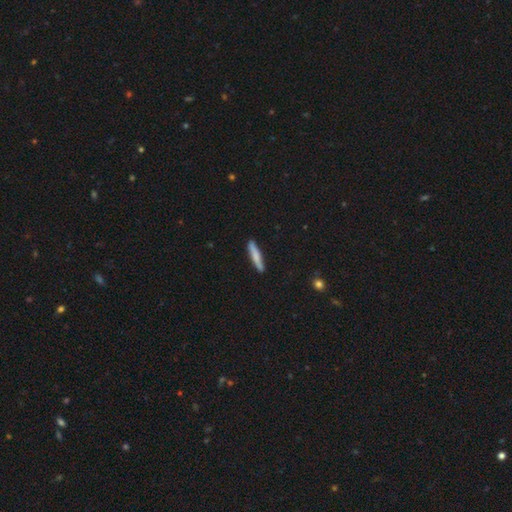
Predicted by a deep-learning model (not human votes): A smooth galaxy with no disk features (72%) that is cigar-shaped (92%). Merging: none (88%).